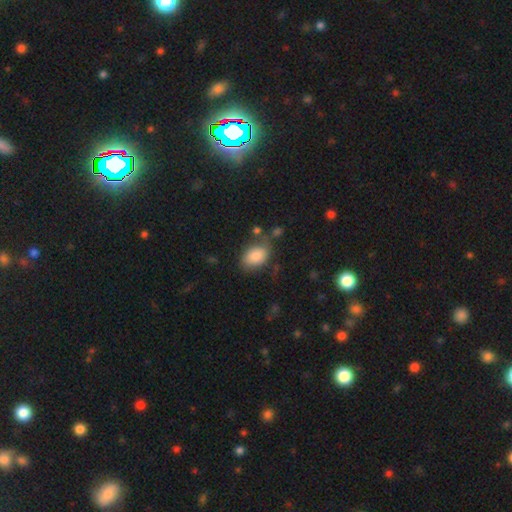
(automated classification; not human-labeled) smooth 83%, featured or disk 10%, star or artifact 8%. Down the decision tree: how rounded — in between (84%); merging — none (66%).